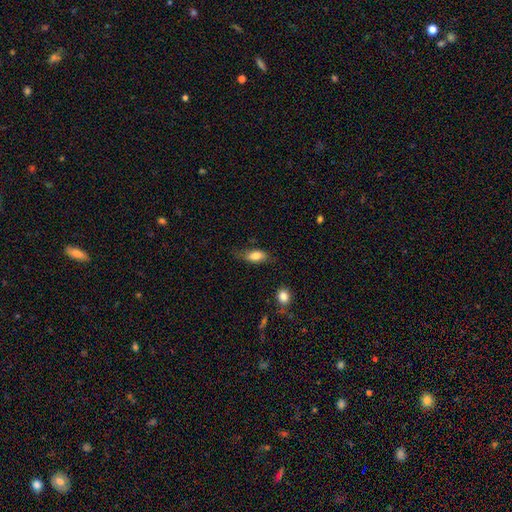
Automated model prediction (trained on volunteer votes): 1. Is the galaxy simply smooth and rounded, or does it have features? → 79% smooth, 14% featured or disk, 8% star or artifact.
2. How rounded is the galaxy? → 83% in between, 12% cigar-shaped, 5% round.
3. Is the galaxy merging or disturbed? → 62% none, 27% minor disturbance, 8% major disturbance, 2% merger.